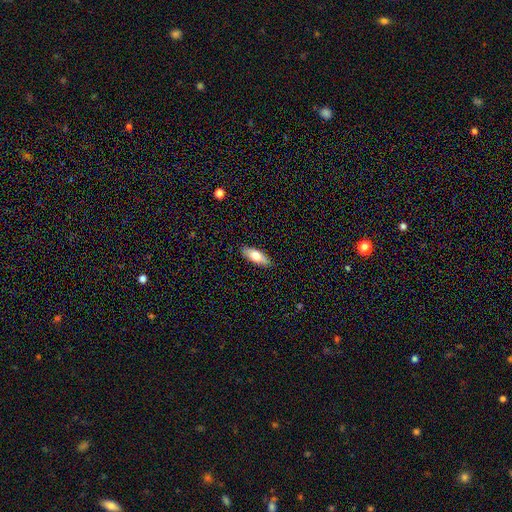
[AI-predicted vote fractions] A smooth galaxy with no disk features (69%) that is in between round and cigar-shaped (70%). Merging: none (88%).